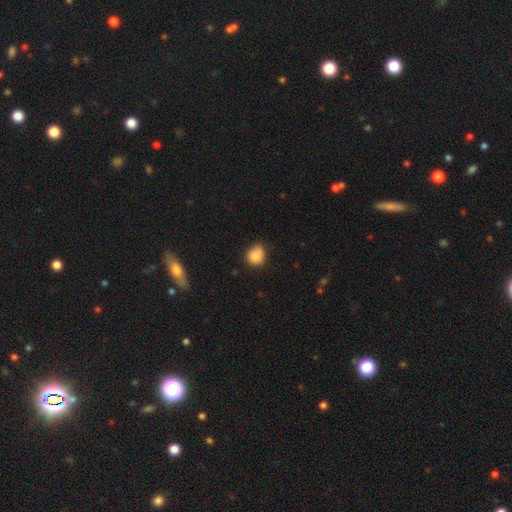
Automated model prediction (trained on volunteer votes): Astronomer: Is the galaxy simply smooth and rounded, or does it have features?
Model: smooth — 84%.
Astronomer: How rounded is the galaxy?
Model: round — 76%.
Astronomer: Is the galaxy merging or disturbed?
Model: none — 64%.